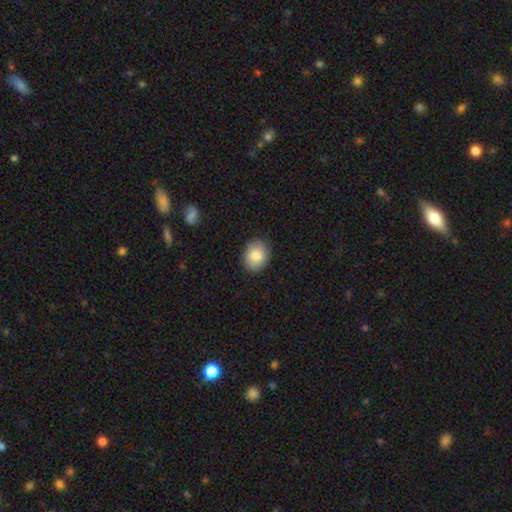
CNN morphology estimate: Smooth or featured?
  - smooth: 84% *
  - featured or disk: 9%
  - star or artifact: 8%
How rounded?
  - round: 56% *
  - in between: 43%
  - cigar-shaped: 1%
Merging?
  - none: 89% *
  - minor disturbance: 8%
  - major disturbance: 2%
  - merger: 1%